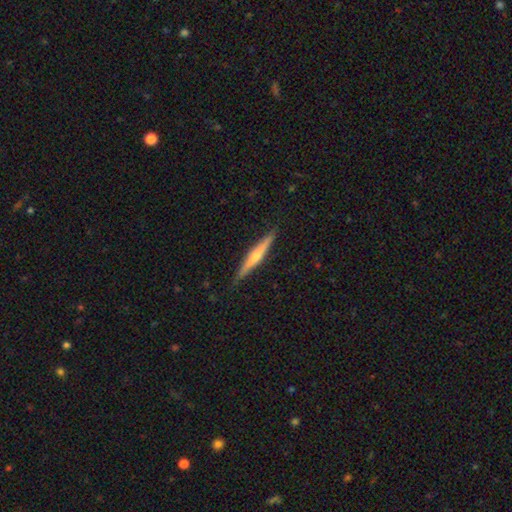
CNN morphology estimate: featured or disk 68%, smooth 26%, star or artifact 6%. Down the decision tree: edge-on disk — yes (98%); edge-on bulge — rounded (83%); merging — none (90%).